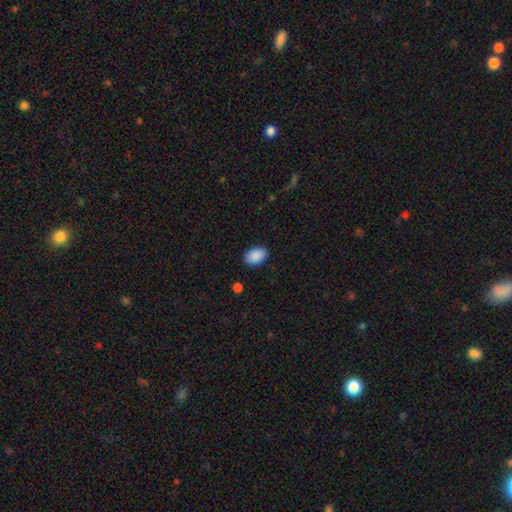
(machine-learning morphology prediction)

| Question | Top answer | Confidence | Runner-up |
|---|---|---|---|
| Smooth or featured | smooth | 90% | star or artifact (7%) |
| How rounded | in between | 91% | round (8%) |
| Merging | none | 88% | minor disturbance (9%) |